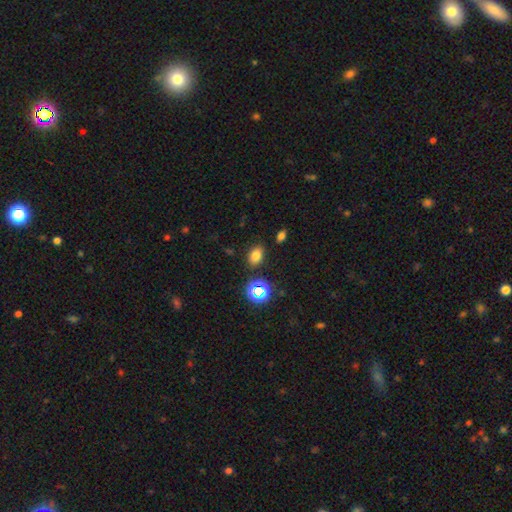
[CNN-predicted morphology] This is likely a smooth galaxy (75%). How rounded: likely in between (77%). Merging: clearly none (83%).